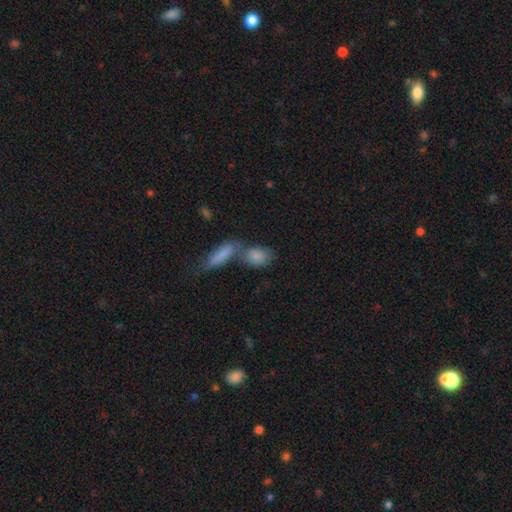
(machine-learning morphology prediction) Q: Smooth or featured?
A: smooth (76%); runner-up: featured or disk (14%)
Q: How rounded?
A: in between (68%); runner-up: cigar-shaped (18%)
Q: Merging?
A: merger (50%); runner-up: none (36%)